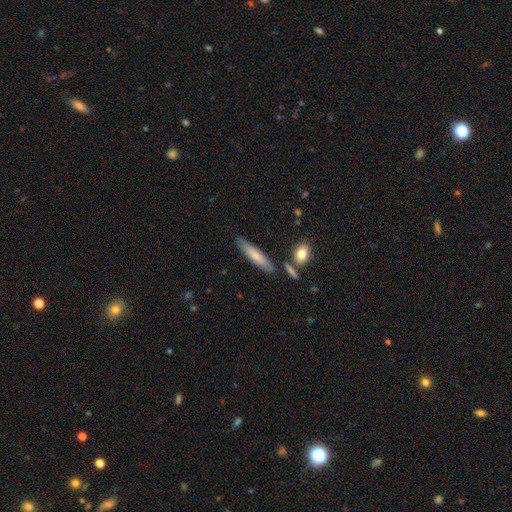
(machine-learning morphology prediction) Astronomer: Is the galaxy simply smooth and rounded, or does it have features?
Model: smooth — 70%.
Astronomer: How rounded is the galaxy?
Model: cigar-shaped — 84%.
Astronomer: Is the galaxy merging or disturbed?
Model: none — 82%.